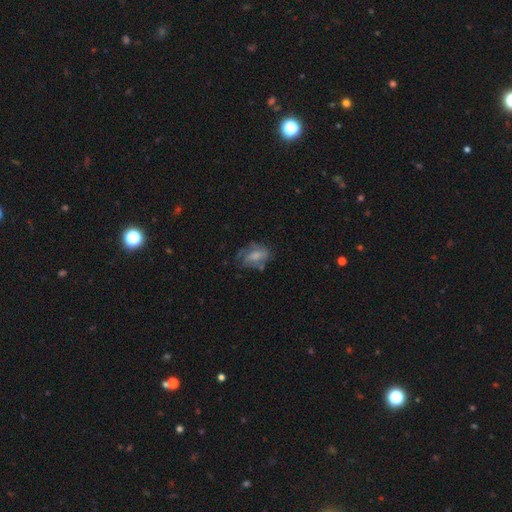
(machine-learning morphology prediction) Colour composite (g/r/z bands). It shows a smooth galaxy with no disk features (46%). Merging: none (46%).